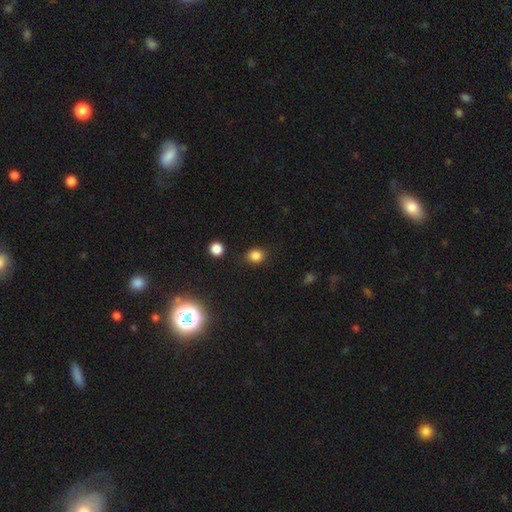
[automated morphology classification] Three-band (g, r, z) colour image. It shows a smooth galaxy with no disk features (83%) that is round (64%). Merging: none (82%).